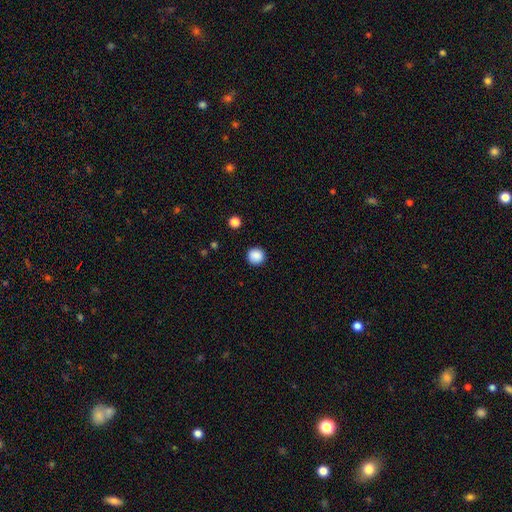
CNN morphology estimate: smooth-or-featured: smooth: 88% | star or artifact: 9% | featured or disk: 2%
  how-rounded: round: 95% | in between: 4% | cigar-shaped: 1%
  merging: none: 92% | minor disturbance: 5% | major disturbance: 2% | merger: 1%